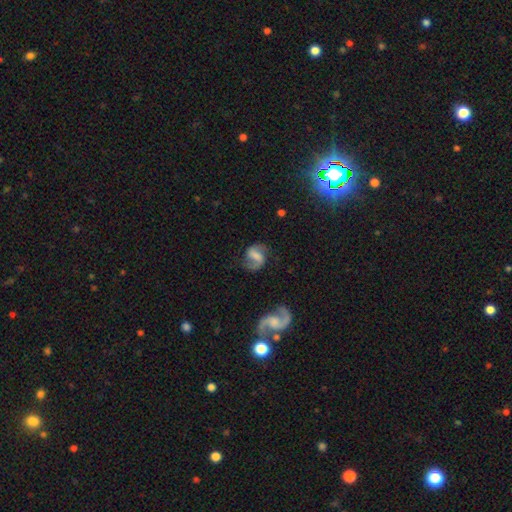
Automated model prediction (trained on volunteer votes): Q: Smooth or featured?
A: featured or disk (81%); runner-up: smooth (13%)
Q: Edge-on disk?
A: no (98%); runner-up: yes (2%)
Q: Bar?
A: weak (48%); runner-up: strong (33%)
Q: Spiral arms?
A: yes (96%); runner-up: no (4%)
Q: Spiral winding?
A: medium (49%); runner-up: loose (38%)
Q: Spiral arm count?
A: 2 (90%); runner-up: 1 (4%)
Q: Bulge size?
A: none (39%); runner-up: moderate (26%)
Q: Merging?
A: none (72%); runner-up: minor disturbance (17%)